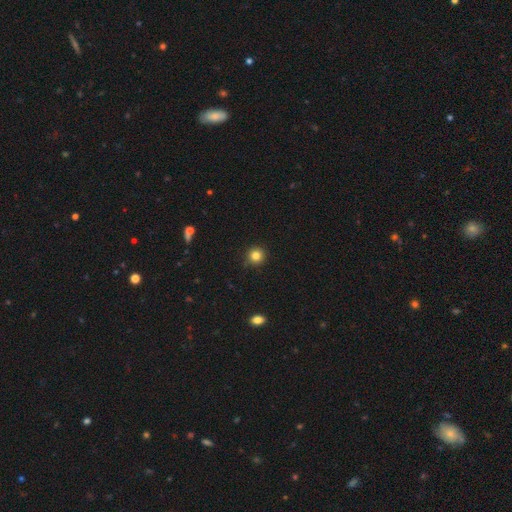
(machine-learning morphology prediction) Smooth or featured? Predicted: smooth (p=0.83). How rounded? Predicted: round (p=0.94). Merging? Predicted: none (p=0.91).